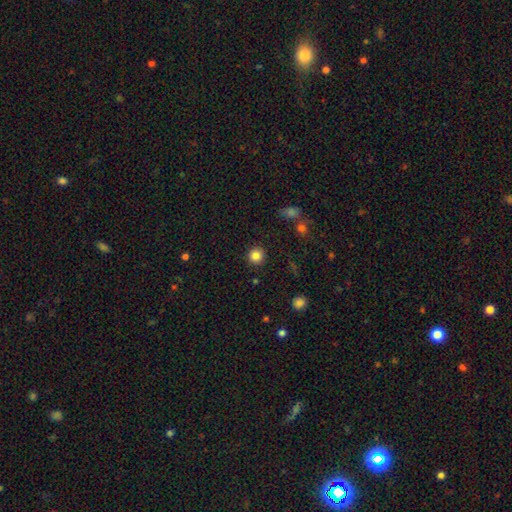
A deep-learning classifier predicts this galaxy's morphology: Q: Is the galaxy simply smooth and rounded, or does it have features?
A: smooth — 84%.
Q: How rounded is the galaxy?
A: round — 94%.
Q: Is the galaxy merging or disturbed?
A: none — 91%.